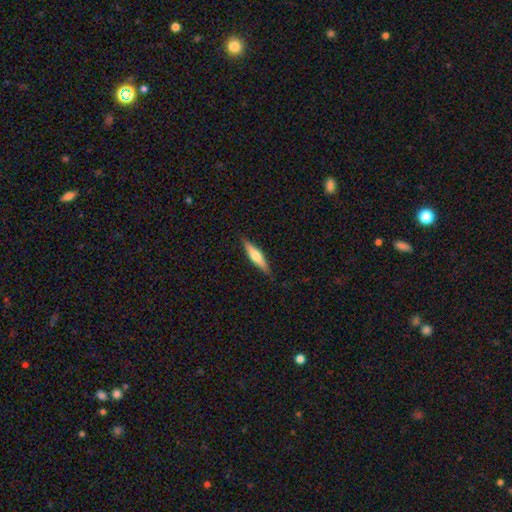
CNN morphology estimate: type=featured or disk (48%); merging=none (88%).